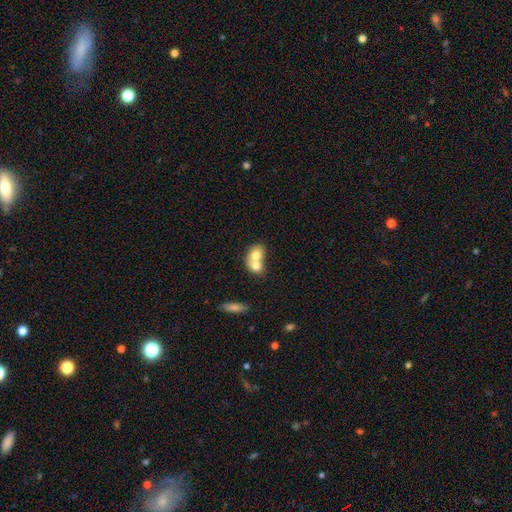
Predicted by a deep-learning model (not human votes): A smooth galaxy with no disk features (70%) that is in between round and cigar-shaped (50%). Merging: merger (75%).